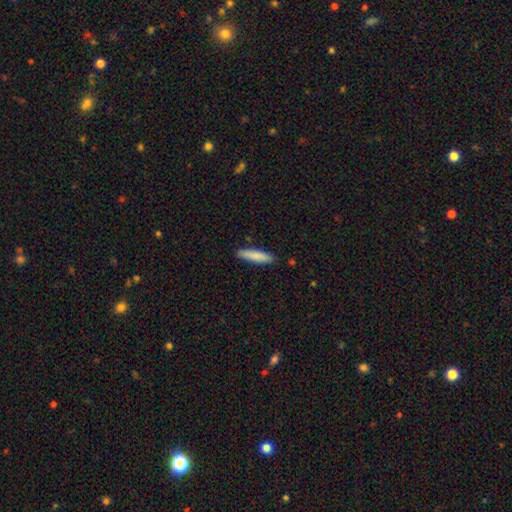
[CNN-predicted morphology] Smooth or featured? Predicted: smooth (p=0.83). How rounded? Predicted: cigar-shaped (p=0.81). Merging? Predicted: none (p=0.88).